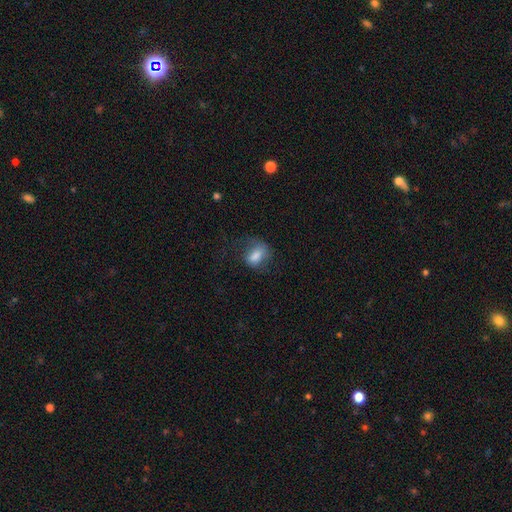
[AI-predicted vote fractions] Morphology: type=smooth (72%); roundness=in between (76%); merging=none (45%).